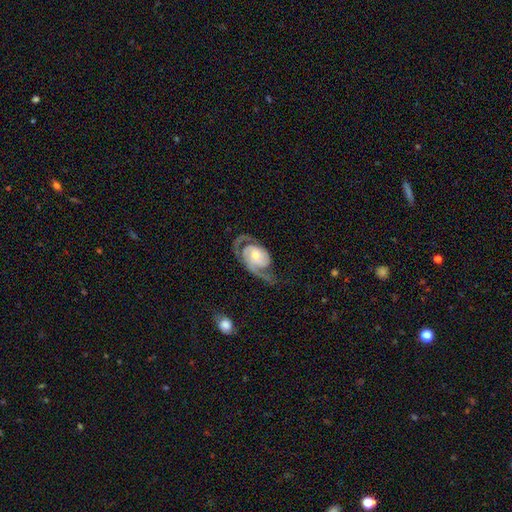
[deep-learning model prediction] This is clearly a featured or disk galaxy (87%). It is clearly not viewed edge-on (96%). Bar: likely no (66%). Spiral arm pattern: clearly yes (96%). Spiral arm count: clearly 2 (85%). Spiral winding: marginally medium (45%). Central bulge: possibly moderate (49%). Merging: likely none (62%).